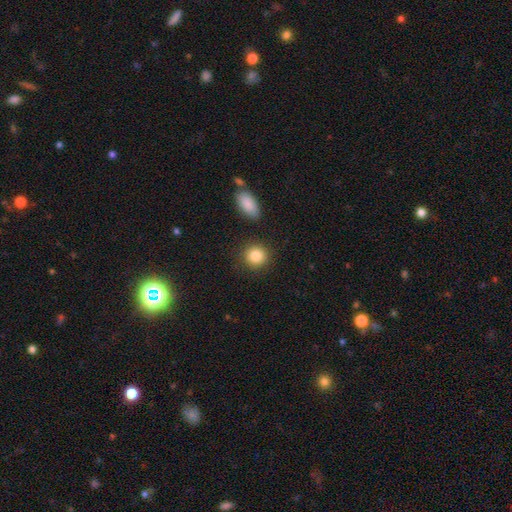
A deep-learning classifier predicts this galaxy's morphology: This appears to be a smooth galaxy with no disk features (87%) that is round (86%). Merging: none (86%).